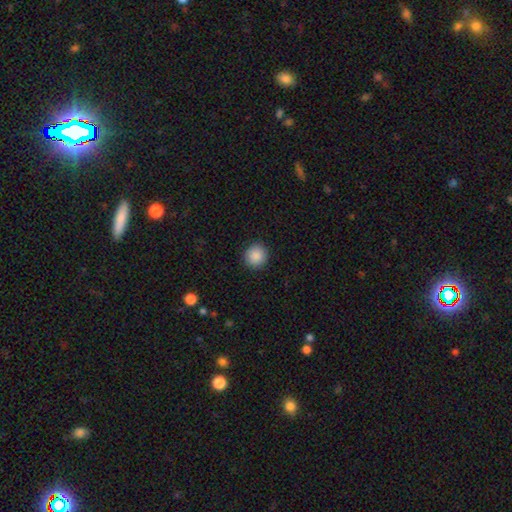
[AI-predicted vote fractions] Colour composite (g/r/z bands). It shows a smooth galaxy with no disk features (89%) that is round (93%). Merging: none (92%).